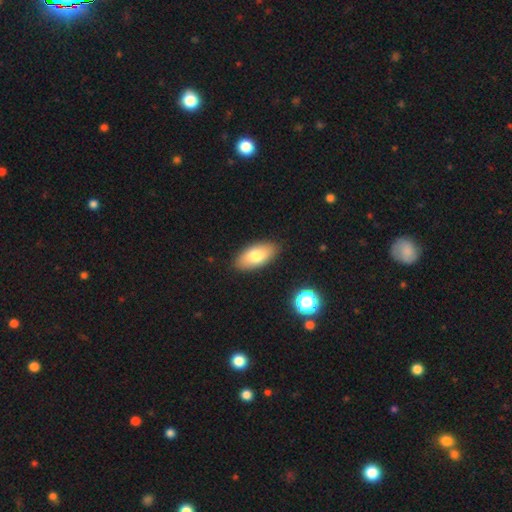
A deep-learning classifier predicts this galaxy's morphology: Smooth or featured: smooth — 74% (featured or disk — 19%)
How rounded: in between — 91% (cigar-shaped — 6%)
Merging: none — 88% (minor disturbance — 9%)